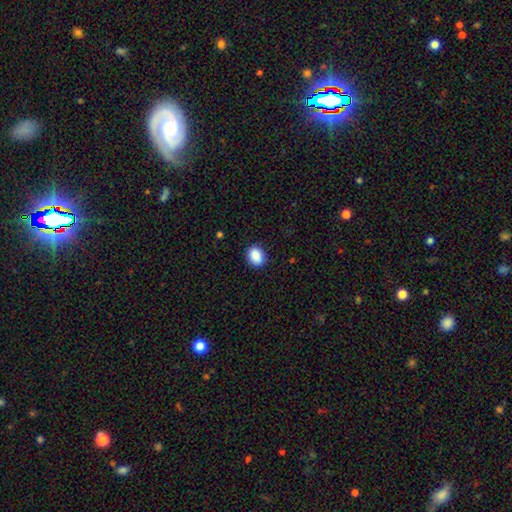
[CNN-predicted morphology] Q: Smooth or featured?
A: smooth (88%); runner-up: star or artifact (8%)
Q: How rounded?
A: in between (59%); runner-up: round (40%)
Q: Merging?
A: none (88%); runner-up: minor disturbance (8%)